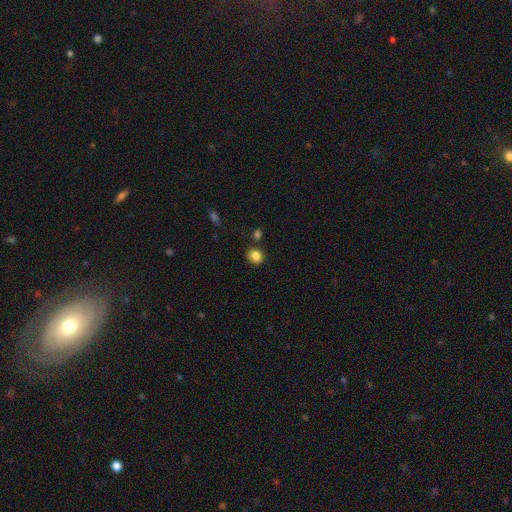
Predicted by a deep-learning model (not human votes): A smooth galaxy with no disk features (84%) that is round (72%).

Vote fractions:
- Smooth or featured? smooth: 84% / star or artifact: 11% / featured or disk: 6%
- How rounded? round: 72% / in between: 27% / cigar-shaped: 1%
- Merging? none: 75% / minor disturbance: 14% / merger: 7% / major disturbance: 4%